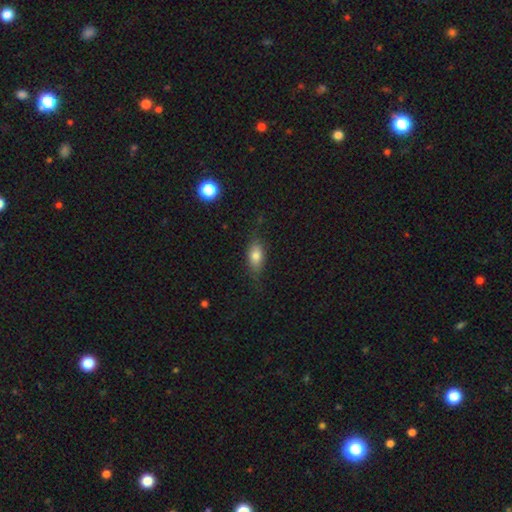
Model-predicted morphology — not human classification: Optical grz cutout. It shows a smooth galaxy with no disk features (75%) that is in between round and cigar-shaped (82%). Merging: none (73%).